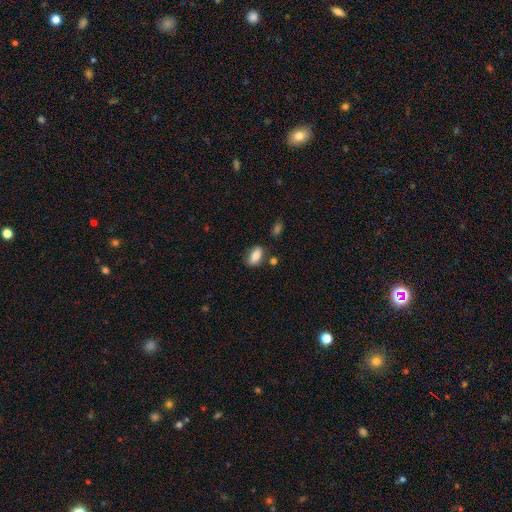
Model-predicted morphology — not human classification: type=smooth (79%); roundness=in between (89%); merging=none (72%).